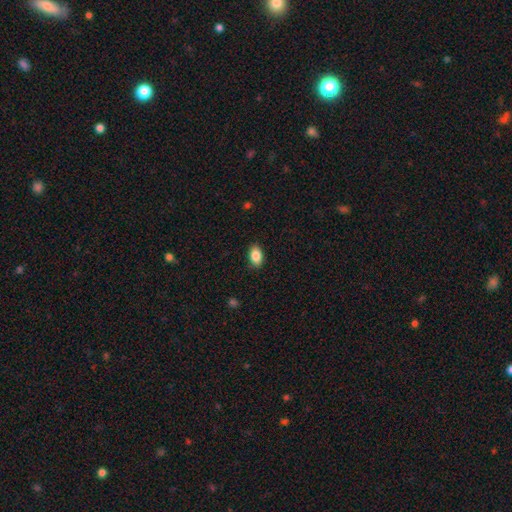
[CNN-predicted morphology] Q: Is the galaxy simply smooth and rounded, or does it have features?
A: smooth — 86%.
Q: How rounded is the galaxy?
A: in between — 90%.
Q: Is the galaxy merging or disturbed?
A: none — 87%.